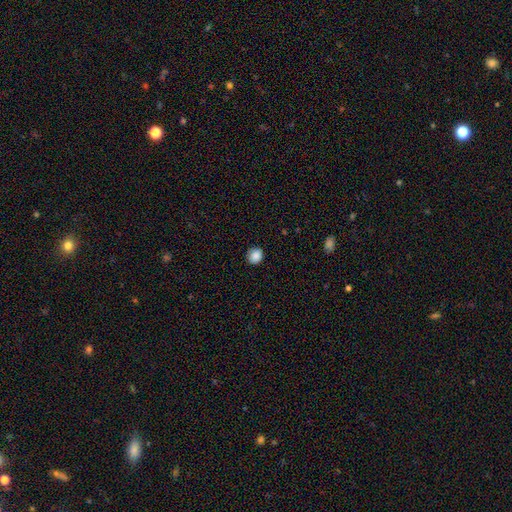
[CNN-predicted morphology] Smooth or featured: smooth — 87% (star or artifact — 9%)
How rounded: round — 84% (in between — 15%)
Merging: none — 88% (minor disturbance — 9%)